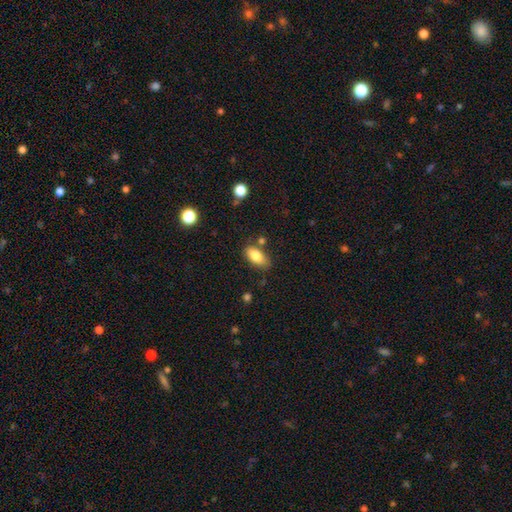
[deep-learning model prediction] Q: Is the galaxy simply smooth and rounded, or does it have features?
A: smooth — 81%.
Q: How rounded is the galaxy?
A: in between — 88%.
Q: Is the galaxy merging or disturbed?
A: none — 75%.